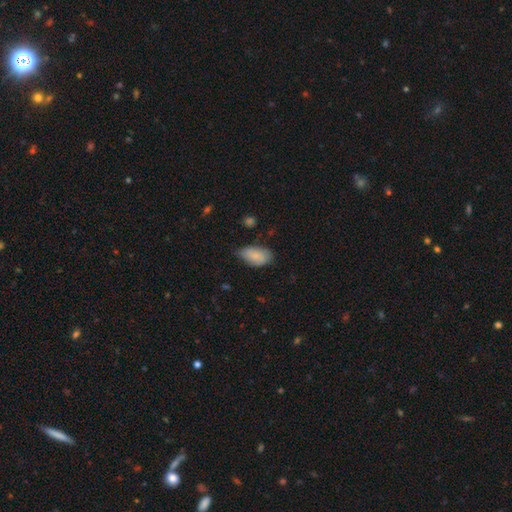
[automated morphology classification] smooth 82%, featured or disk 11%, star or artifact 7%. Down the decision tree: how rounded — in between (93%); merging — none (52%).